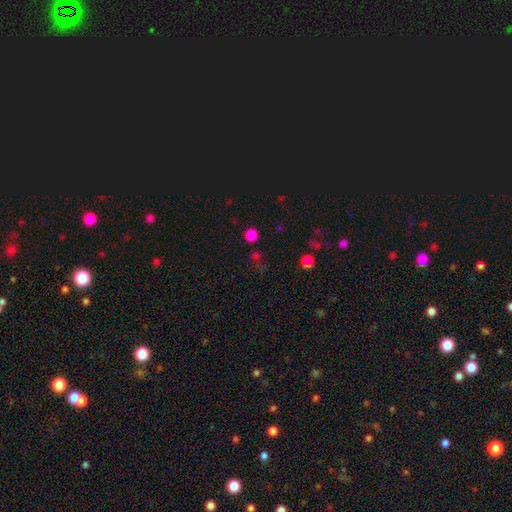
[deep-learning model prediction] Smooth or featured? Predicted: smooth (p=0.67). How rounded? Predicted: round (p=0.90). Merging? Predicted: none (p=0.78).